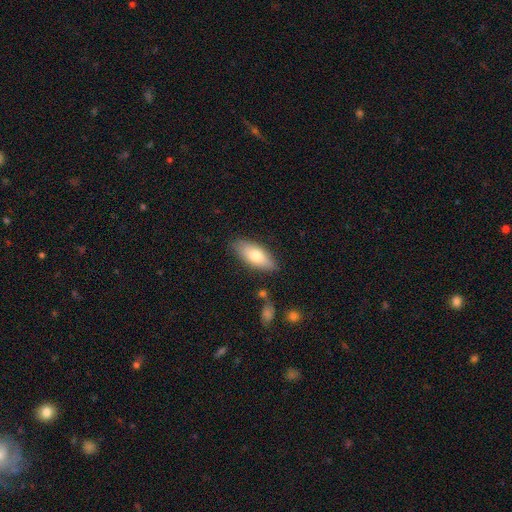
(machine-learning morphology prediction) smooth 72%, featured or disk 22%, star or artifact 6%. Down the decision tree: how rounded — in between (79%); merging — none (81%).